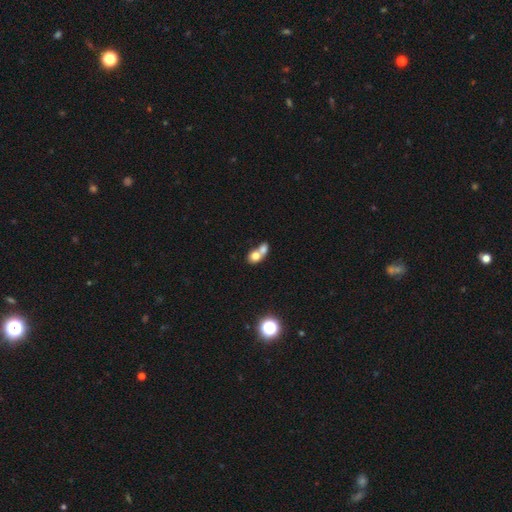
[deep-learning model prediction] smooth_or_featured: smooth (p=0.73) [alt: featured or disk p=0.17]
how_rounded: round (p=0.57) [alt: in between p=0.41]
merging: merger (p=0.71) [alt: none p=0.20]